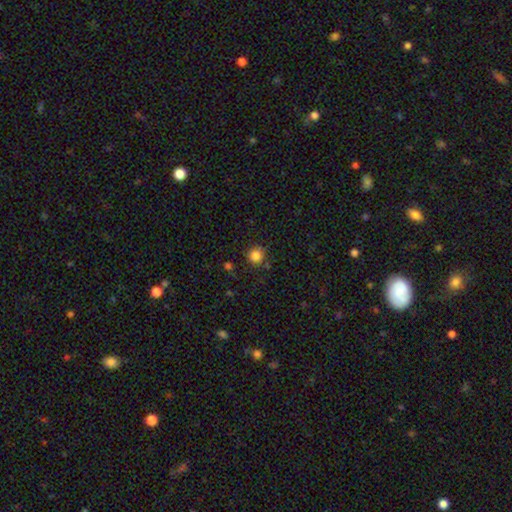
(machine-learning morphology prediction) The model was most divided on "merging": none: 82%, minor disturbance: 11%, merger: 4%, major disturbance: 3%. More confident: how rounded — round (91%); smooth or featured — smooth (84%).